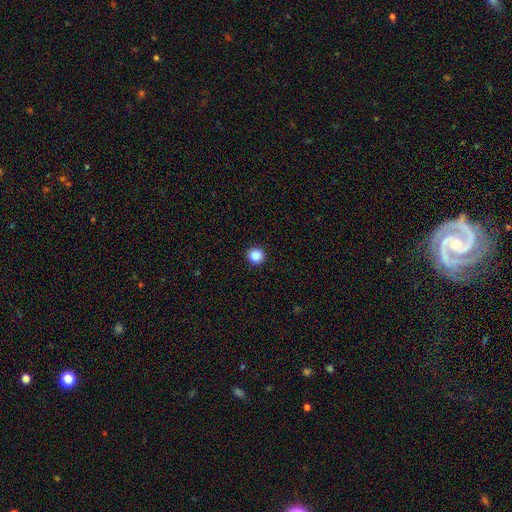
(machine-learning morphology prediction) smooth-or-featured: smooth: 88% | star or artifact: 10% | featured or disk: 2%
  how-rounded: round: 93% | in between: 6% | cigar-shaped: 1%
  merging: none: 93% | minor disturbance: 5% | major disturbance: 2% | merger: 1%